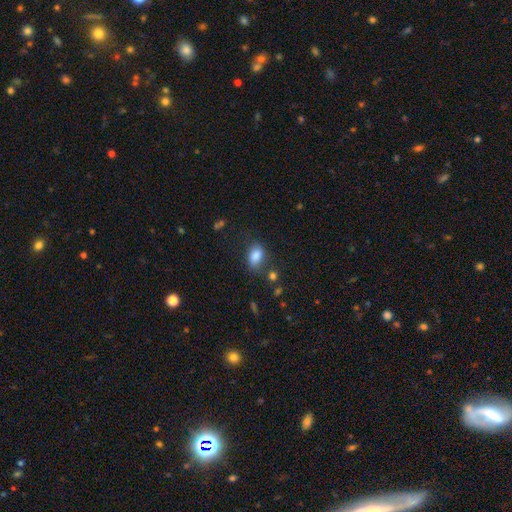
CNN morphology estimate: Smooth or featured: smooth — 85% (star or artifact — 9%)
How rounded: in between — 83% (round — 16%)
Merging: none — 69% (minor disturbance — 20%)